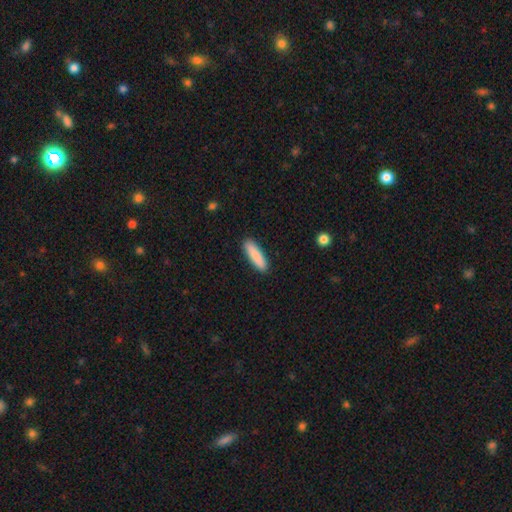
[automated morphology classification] The model was most divided on "how rounded": cigar-shaped: 68%, in between: 30%, round: 1%. More confident: merging — none (90%); smooth or featured — smooth (88%).